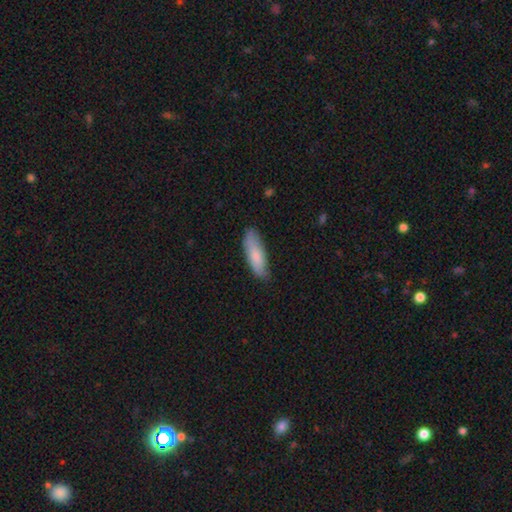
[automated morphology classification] This appears to be a smooth galaxy with no disk features (79%) that is in between round and cigar-shaped (53%). Merging: none (75%).